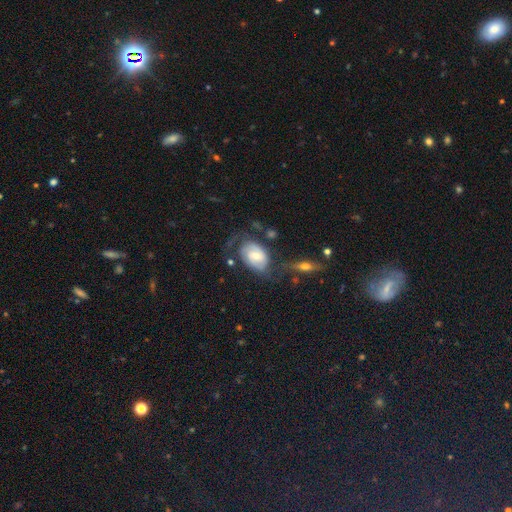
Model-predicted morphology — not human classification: This is likely a featured or disk galaxy (60%). It is clearly not viewed edge-on (94%). Bar: possibly no (56%). Spiral arm pattern: clearly yes (81%). Central bulge: possibly moderate (49%). Merging: marginally none (44%).